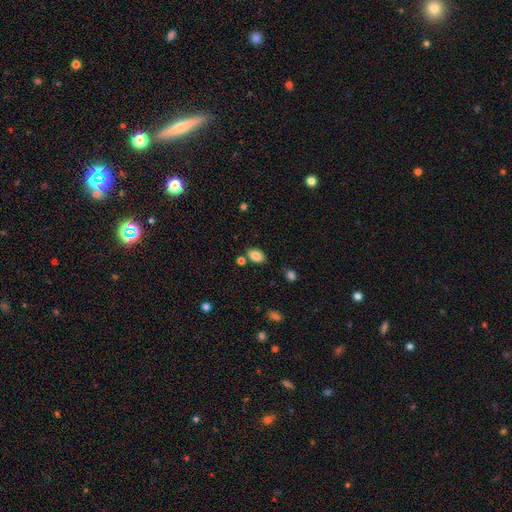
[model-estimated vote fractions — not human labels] Smooth or featured? Predicted: smooth (p=0.86). How rounded? Predicted: in between (p=0.87). Merging? Predicted: none (p=0.73).